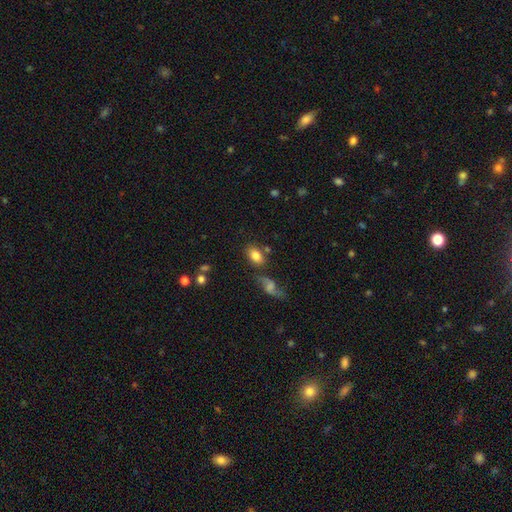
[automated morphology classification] type=smooth (80%); roundness=in between (86%); merging=none (69%).